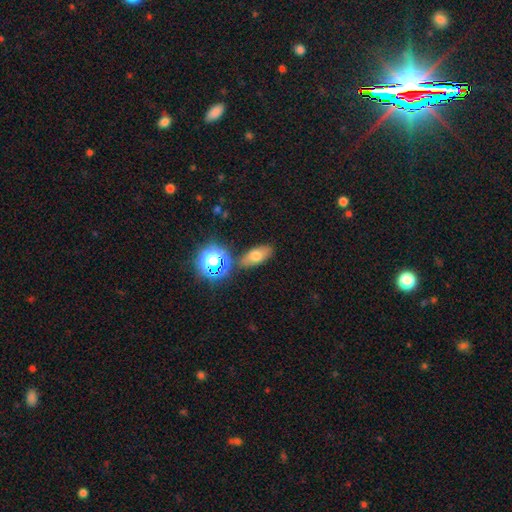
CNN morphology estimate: Overall: smooth (65%). How rounded: in between (75%). Merging: none (78%).